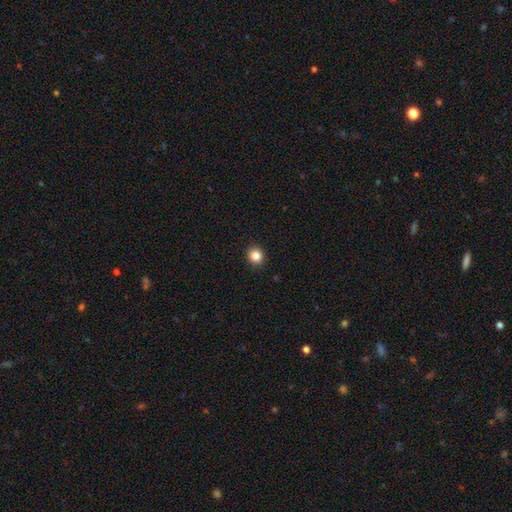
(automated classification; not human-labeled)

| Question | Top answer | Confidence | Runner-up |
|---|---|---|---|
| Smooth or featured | smooth | 85% | star or artifact (11%) |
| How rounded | round | 88% | in between (11%) |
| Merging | none | 93% | minor disturbance (5%) |